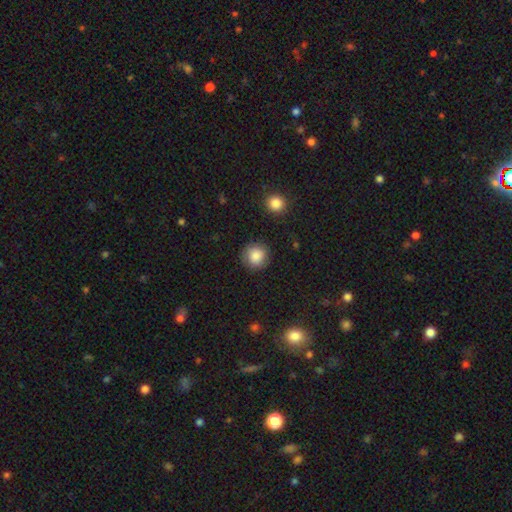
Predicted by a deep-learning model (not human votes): Smooth or featured: smooth — 85% (star or artifact — 9%)
How rounded: round — 92% (in between — 7%)
Merging: none — 87% (minor disturbance — 9%)